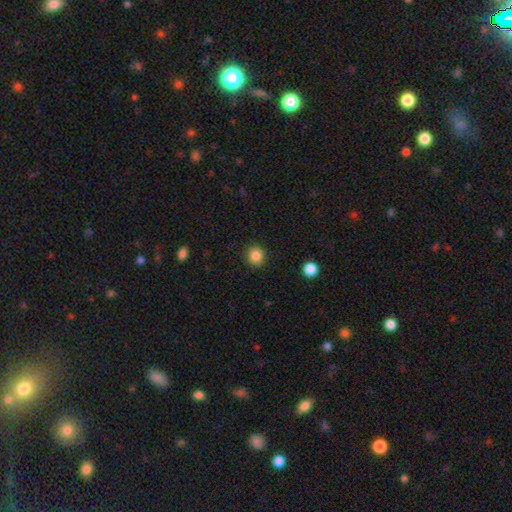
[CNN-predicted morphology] This is clearly a smooth galaxy (86%). How rounded: clearly round (89%). Merging: clearly none (91%).